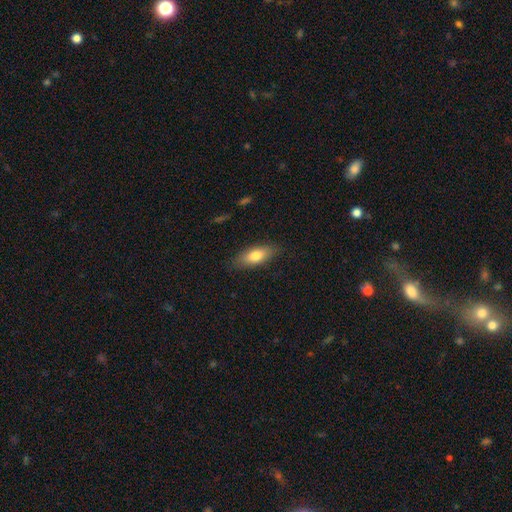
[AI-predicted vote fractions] This is likely a smooth galaxy (75%). How rounded: likely in between (73%). Merging: clearly none (85%).